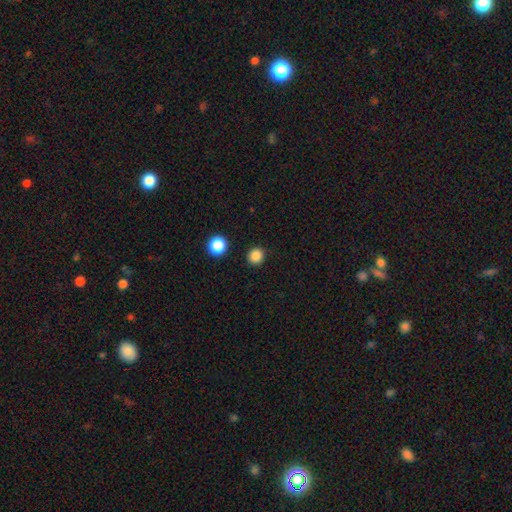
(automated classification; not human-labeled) This appears to be a smooth galaxy with no disk features (85%) that is round (92%). Merging: none (91%).